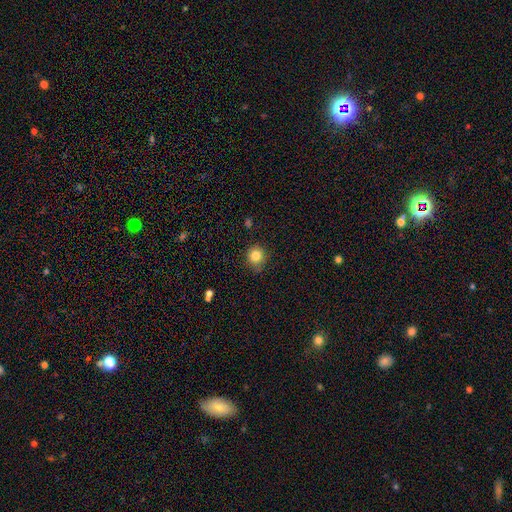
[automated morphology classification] This is clearly a smooth galaxy (83%). How rounded: clearly round (84%). Merging: likely none (76%).